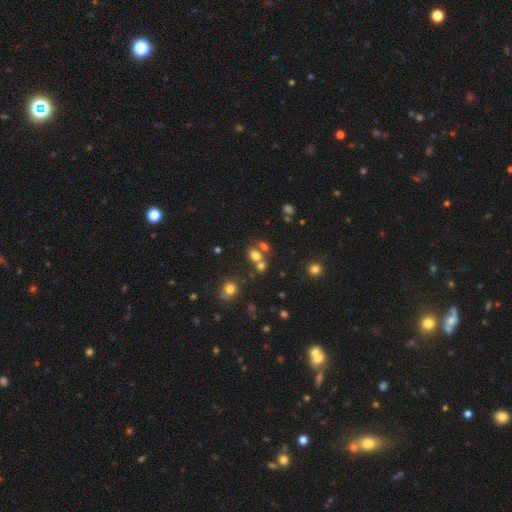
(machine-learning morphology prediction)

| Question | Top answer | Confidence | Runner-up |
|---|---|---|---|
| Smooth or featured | smooth | 70% | star or artifact (18%) |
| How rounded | in between | 55% | round (43%) |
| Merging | none | 43% | merger (42%) |